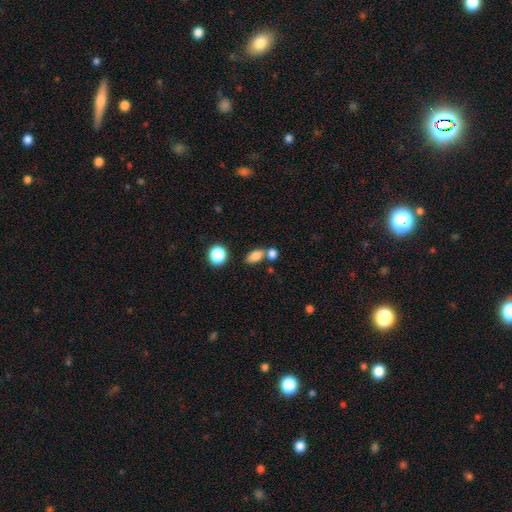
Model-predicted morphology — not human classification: Smooth or featured? Predicted: smooth (p=0.82). How rounded? Predicted: in between (p=0.83). Merging? Predicted: none (p=0.52).